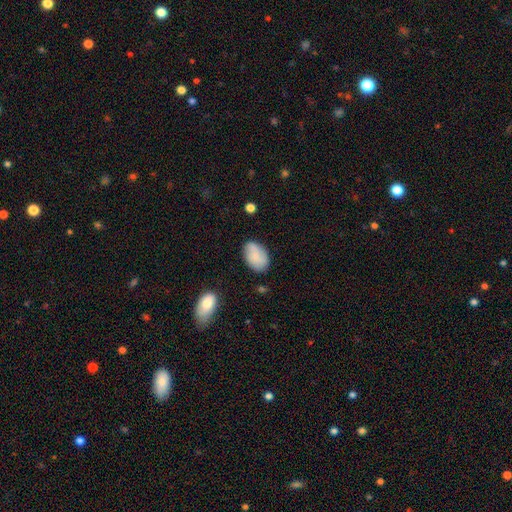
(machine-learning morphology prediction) Smooth or featured: smooth — 74% (featured or disk — 19%)
How rounded: in between — 90% (round — 9%)
Merging: none — 74% (minor disturbance — 19%)